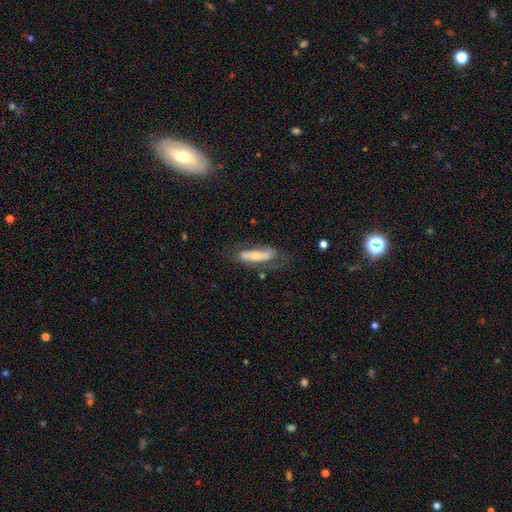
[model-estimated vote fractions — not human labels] smooth_or_featured: featured or disk (p=0.52) [alt: smooth p=0.42]
disk_edge_on: no (p=0.59) [alt: yes p=0.41]
merging: none (p=0.58) [alt: minor disturbance p=0.24]